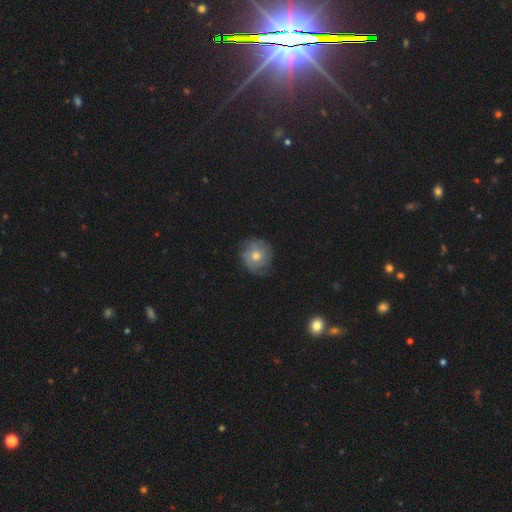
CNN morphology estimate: Smooth or featured: smooth — 49% (featured or disk — 43%)
Merging: none — 72% (minor disturbance — 20%)